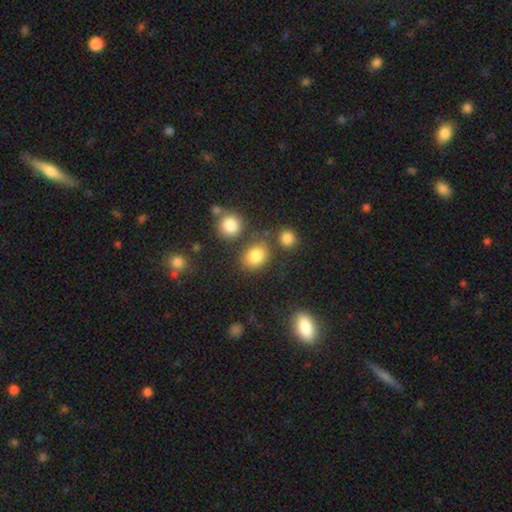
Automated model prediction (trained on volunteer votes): A smooth galaxy with no disk features (81%) that is in between round and cigar-shaped (50%).

Vote fractions:
- Smooth or featured? smooth: 81% / star or artifact: 12% / featured or disk: 7%
- How rounded? in between: 50% / round: 49% / cigar-shaped: 1%
- Merging? none: 69% / minor disturbance: 13% / merger: 13% / major disturbance: 5%